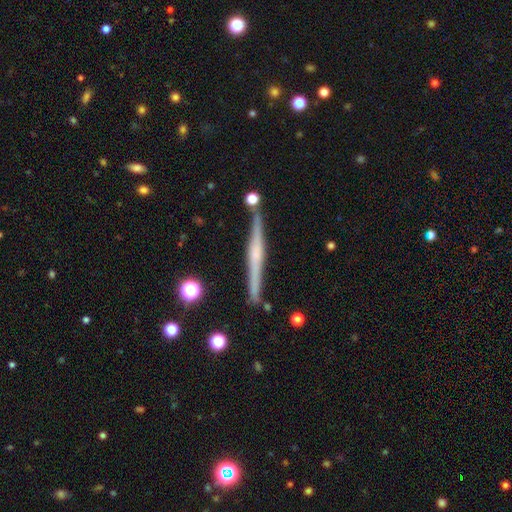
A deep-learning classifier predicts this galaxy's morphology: A featured or disk galaxy (73%) viewed edge-on (98%) with a rounded central bulge (55%).

Vote fractions:
- Smooth or featured? featured or disk: 73% / smooth: 21% / star or artifact: 6%
- Edge-on disk? yes: 98% / no: 2%
- Edge-on bulge? rounded: 55% / none: 30% / boxy: 15%
- Merging? none: 86% / minor disturbance: 9% / merger: 3% / major disturbance: 2%